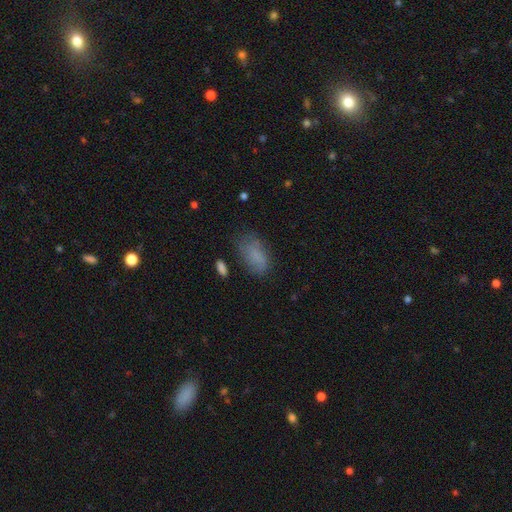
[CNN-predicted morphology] Overall: smooth (76%). How rounded: in between (91%). Merging: none (60%; minor disturbance 26%).